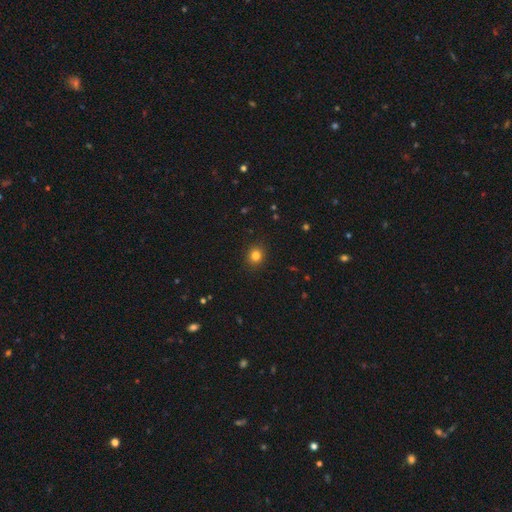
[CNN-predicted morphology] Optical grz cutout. It shows a smooth galaxy with no disk features (82%) that is round (78%). Merging: none (90%).